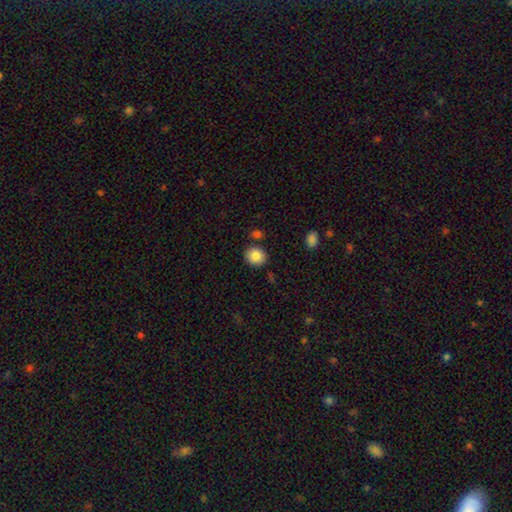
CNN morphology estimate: A smooth galaxy with no disk features (86%) that is round (81%). Merging: none (84%).